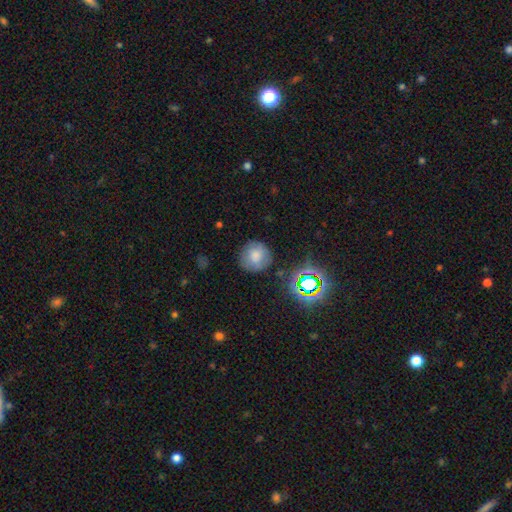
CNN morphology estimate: A smooth galaxy with no disk features (72%) that is round (92%).

Vote fractions:
- Smooth or featured? smooth: 72% / star or artifact: 15% / featured or disk: 13%
- How rounded? round: 92% / in between: 7% / cigar-shaped: 1%
- Merging? none: 79% / minor disturbance: 14% / major disturbance: 4% / merger: 3%